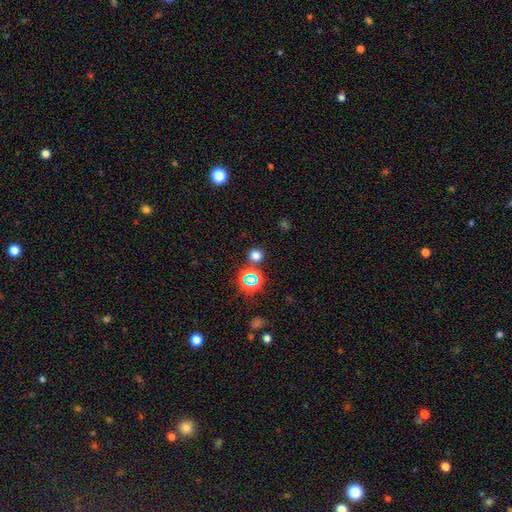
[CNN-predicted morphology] This appears to be a smooth galaxy with no disk features (69%) that is round (90%). Merging: none (83%).